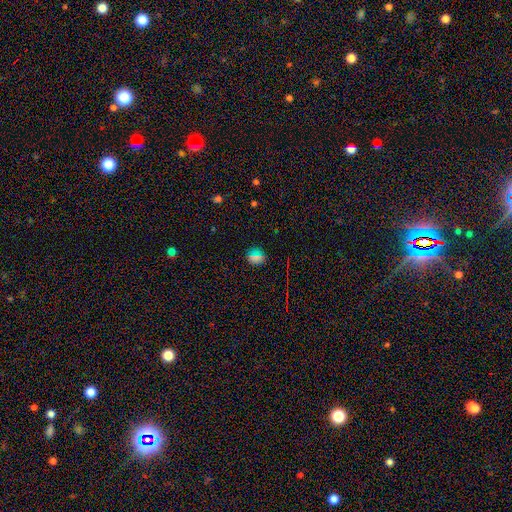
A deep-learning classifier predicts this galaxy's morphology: Smooth or featured?
  - smooth: 66% *
  - star or artifact: 27%
  - featured or disk: 6%
How rounded?
  - round: 63% *
  - in between: 33%
  - cigar-shaped: 3%
Merging?
  - none: 86% *
  - minor disturbance: 9%
  - major disturbance: 3%
  - merger: 2%